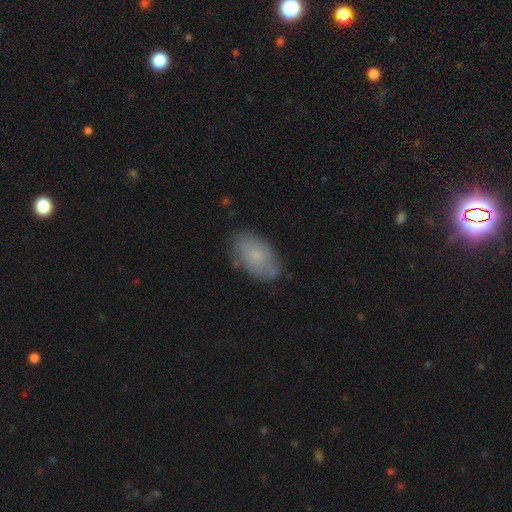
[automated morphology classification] This is likely a smooth galaxy (71%). How rounded: clearly in between (93%). Merging: likely none (75%).